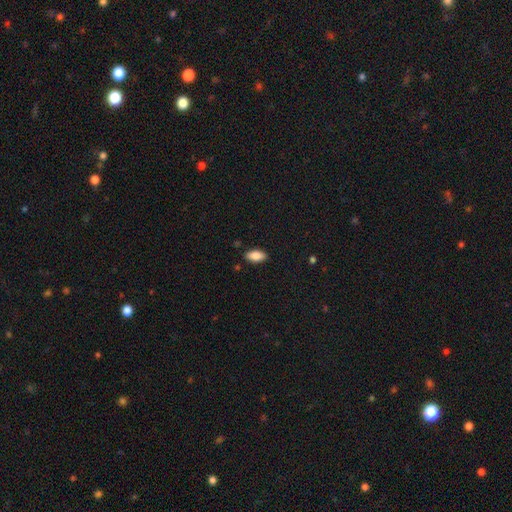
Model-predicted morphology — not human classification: This appears to be a smooth galaxy with no disk features (85%) that is in between round and cigar-shaped (91%). Merging: none (88%).